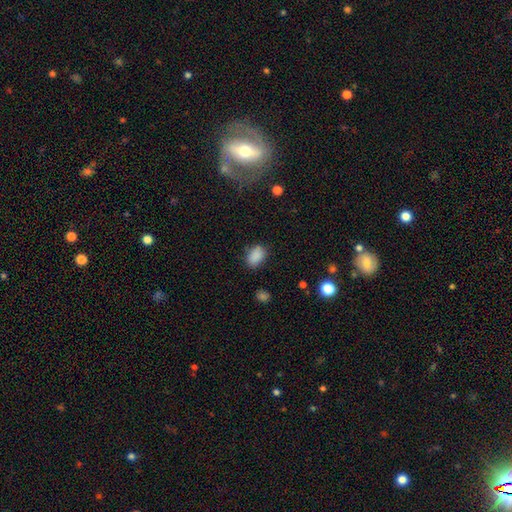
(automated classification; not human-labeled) Overall: smooth (87%). How rounded: in between (82%). Merging: none (78%).